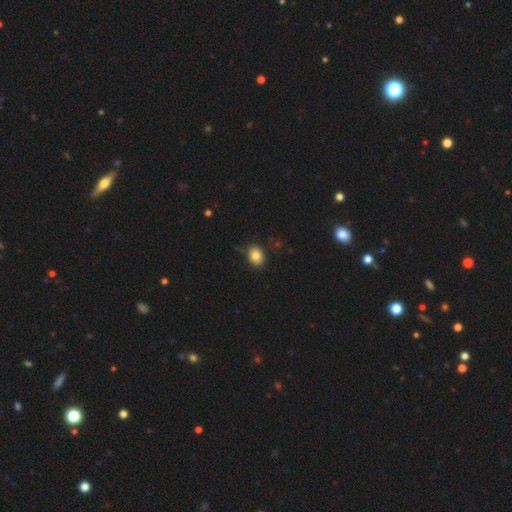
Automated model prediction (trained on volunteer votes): Smooth or featured? smooth (82%)
How rounded? in between (62%)
Merging? none (83%)